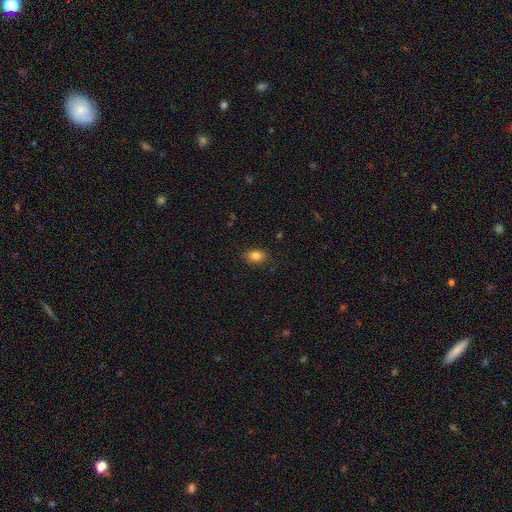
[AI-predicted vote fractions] Smooth or featured? smooth (83%)
How rounded? in between (77%)
Merging? none (85%)